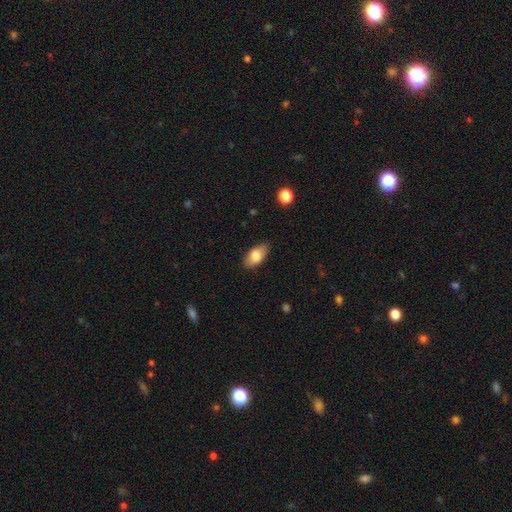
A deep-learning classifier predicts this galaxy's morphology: Smooth or featured?
  - smooth: 79% *
  - featured or disk: 14%
  - star or artifact: 7%
How rounded?
  - in between: 92% *
  - cigar-shaped: 4%
  - round: 4%
Merging?
  - none: 86% *
  - minor disturbance: 11%
  - major disturbance: 2%
  - merger: 1%